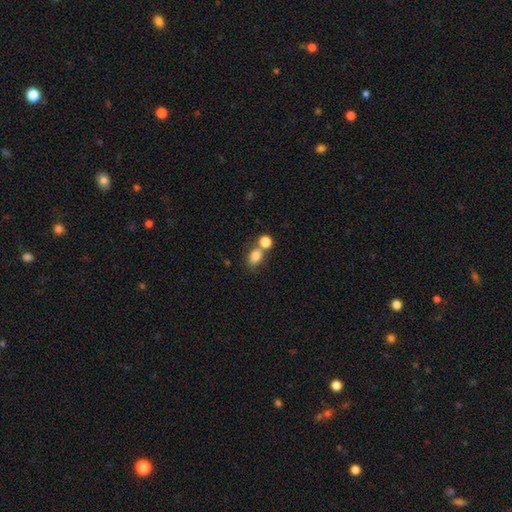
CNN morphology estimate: Overall: smooth (80%). How rounded: in between (62%; round 36%). Merging: none (46%; merger 39%).